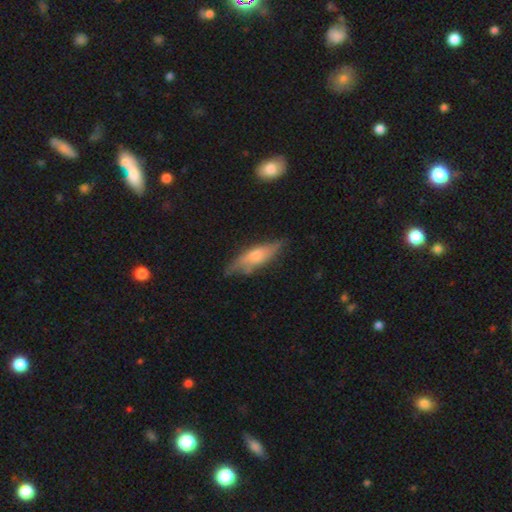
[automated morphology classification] smooth_or_featured: smooth (p=0.49) [alt: featured or disk p=0.45]
merging: none (p=0.60) [alt: minor disturbance p=0.29]